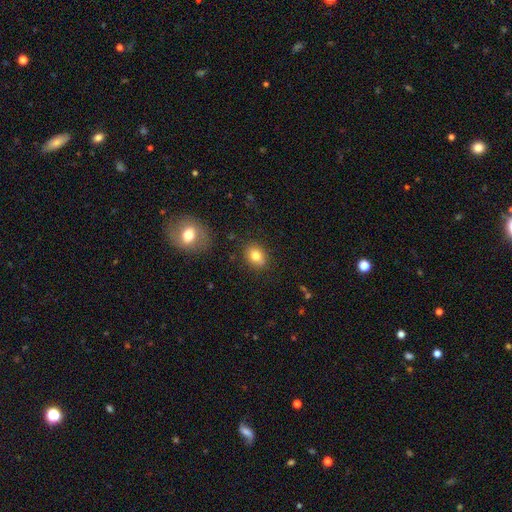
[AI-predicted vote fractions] Overall: smooth (79%). How rounded: in between (51%; round 48%). Merging: none (80%).